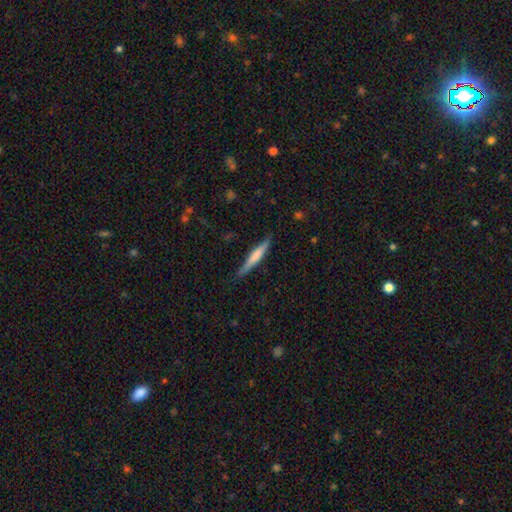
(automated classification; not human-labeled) The model was most divided on "smooth or featured": smooth: 51%, featured or disk: 44%, star or artifact: 6%. More confident: how rounded — cigar-shaped (93%); merging — none (82%).